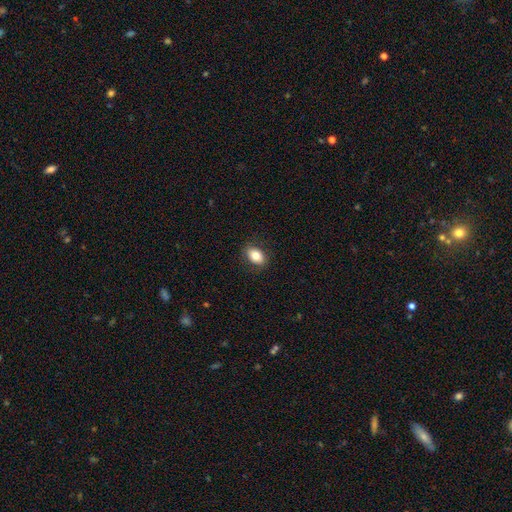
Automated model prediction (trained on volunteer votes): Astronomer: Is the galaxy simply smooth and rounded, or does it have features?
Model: smooth — 81%.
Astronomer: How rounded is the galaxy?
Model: in between — 82%.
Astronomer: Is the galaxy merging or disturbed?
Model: none — 86%.